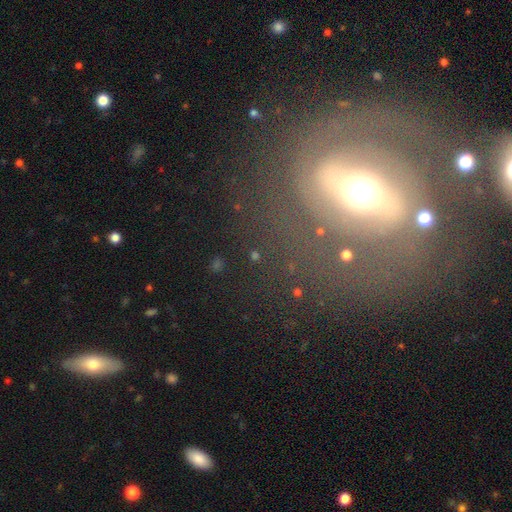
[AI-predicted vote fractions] Overall: star or artifact (46%; smooth 36%).